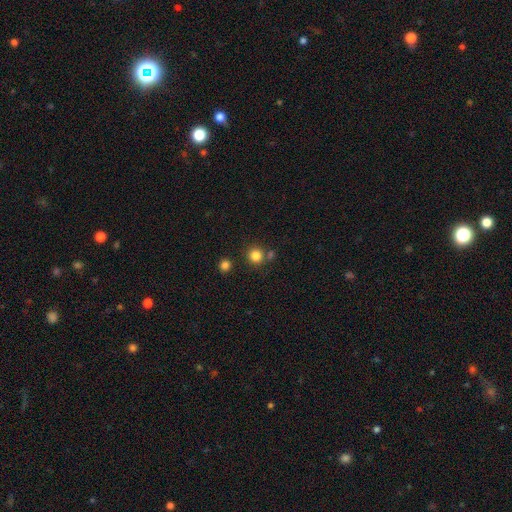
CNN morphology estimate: Smooth or featured?
  - smooth: 83% *
  - star or artifact: 12%
  - featured or disk: 5%
How rounded?
  - round: 93% *
  - in between: 6%
  - cigar-shaped: 1%
Merging?
  - none: 79% *
  - merger: 11%
  - minor disturbance: 7%
  - major disturbance: 3%